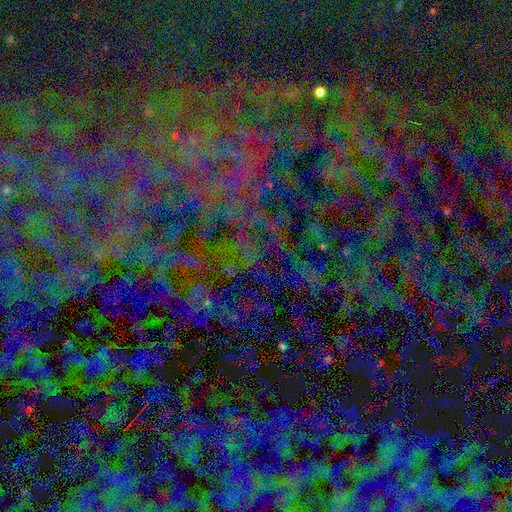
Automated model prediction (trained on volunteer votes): smooth-or-featured: star or artifact: 79% | smooth: 12% | featured or disk: 10%